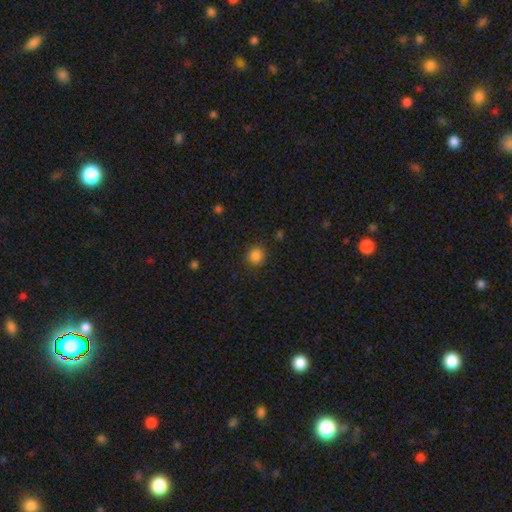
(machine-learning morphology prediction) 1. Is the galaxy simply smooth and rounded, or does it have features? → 85% smooth, 12% star or artifact, 4% featured or disk.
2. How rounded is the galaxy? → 89% round, 10% in between, 1% cigar-shaped.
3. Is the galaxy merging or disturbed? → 87% none, 9% minor disturbance, 3% major disturbance, 1% merger.